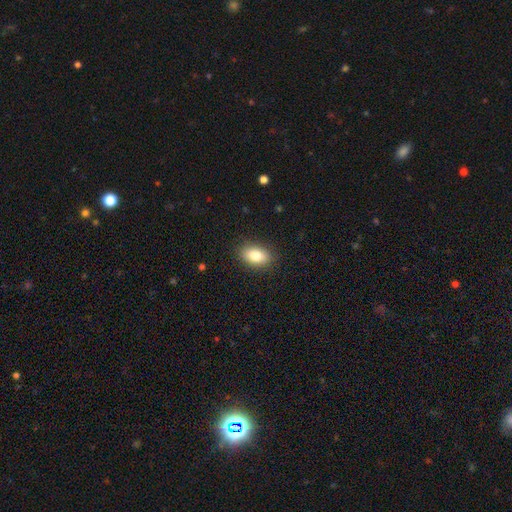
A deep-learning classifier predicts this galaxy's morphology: Smooth or featured?
  - smooth: 82% *
  - featured or disk: 10%
  - star or artifact: 8%
How rounded?
  - in between: 88% *
  - round: 9%
  - cigar-shaped: 2%
Merging?
  - none: 88% *
  - minor disturbance: 9%
  - major disturbance: 2%
  - merger: 1%